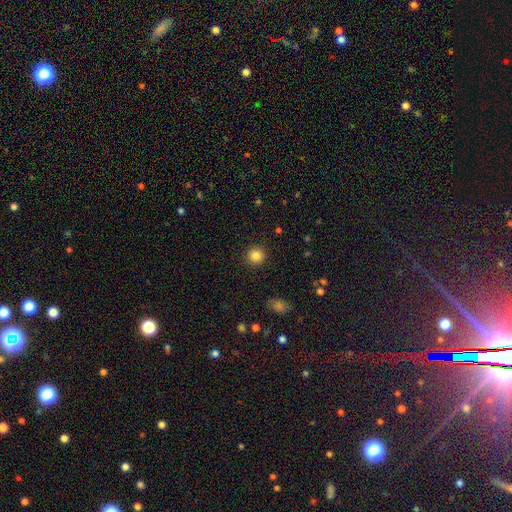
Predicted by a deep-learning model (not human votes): Overall: smooth (85%). How rounded: round (94%). Merging: none (91%).